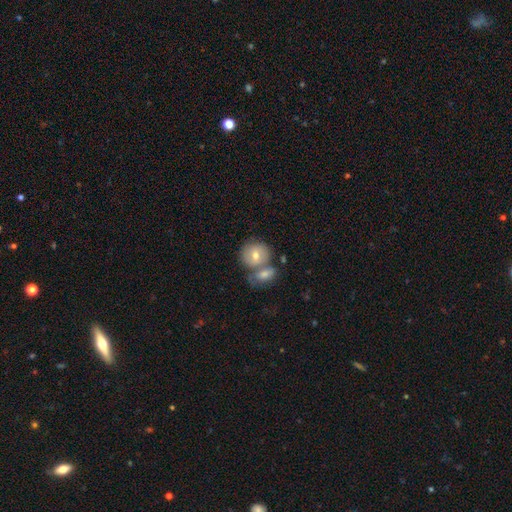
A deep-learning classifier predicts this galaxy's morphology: A smooth galaxy with no disk features (52%) that is round (81%).

Vote fractions:
- Smooth or featured? smooth: 52% / featured or disk: 37% / star or artifact: 11%
- How rounded? round: 81% / in between: 17% / cigar-shaped: 1%
- Merging? none: 46% / merger: 40% / minor disturbance: 10% / major disturbance: 4%